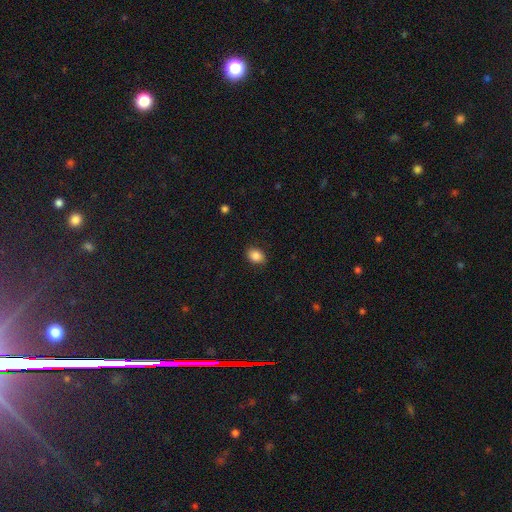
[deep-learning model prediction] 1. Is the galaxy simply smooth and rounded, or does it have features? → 86% smooth, 9% star or artifact, 5% featured or disk.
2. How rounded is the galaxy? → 70% in between, 29% round, 1% cigar-shaped.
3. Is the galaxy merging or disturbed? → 86% none, 10% minor disturbance, 3% major disturbance, 1% merger.